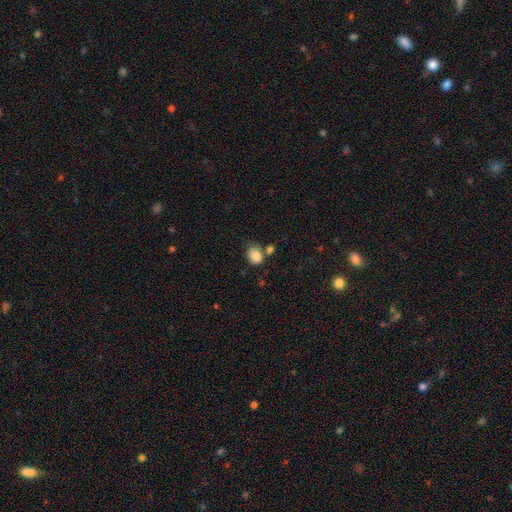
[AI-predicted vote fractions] This appears to be a smooth galaxy with no disk features (85%) that is round (50%). Merging: none (55%).